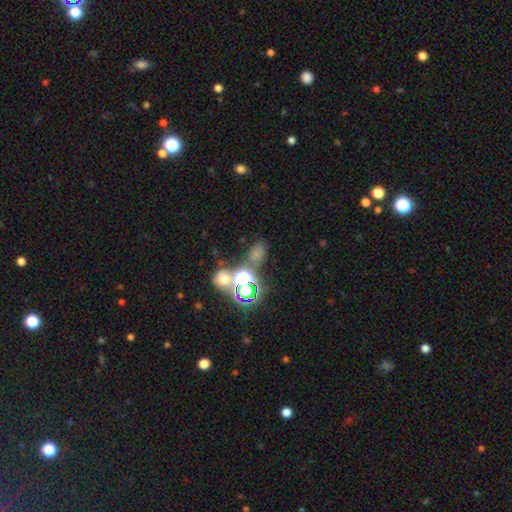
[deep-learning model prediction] This appears to be a smooth galaxy with no disk features (46%). Merging: none (50%).